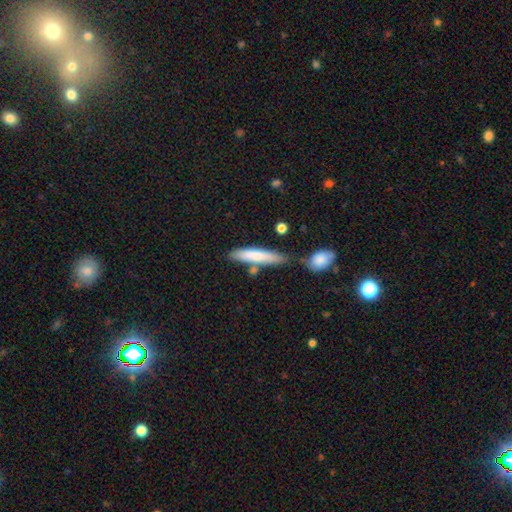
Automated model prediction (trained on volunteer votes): The model was most divided on "merging": none: 63%, minor disturbance: 17%, merger: 15%, major disturbance: 4%. More confident: how rounded — cigar-shaped (82%); smooth or featured — smooth (75%).